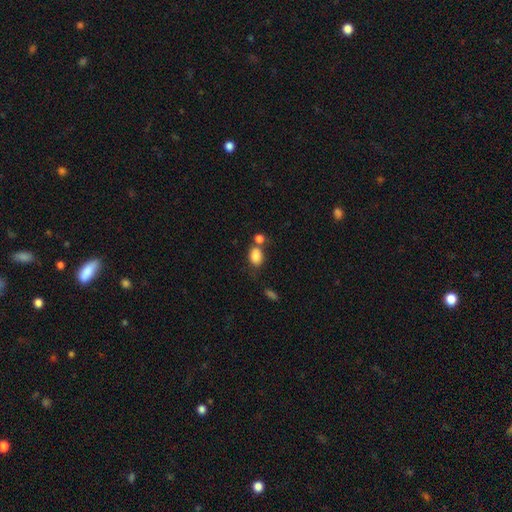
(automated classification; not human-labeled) This is clearly a smooth galaxy (84%). How rounded: likely in between (74%). Merging: possibly none (50%).